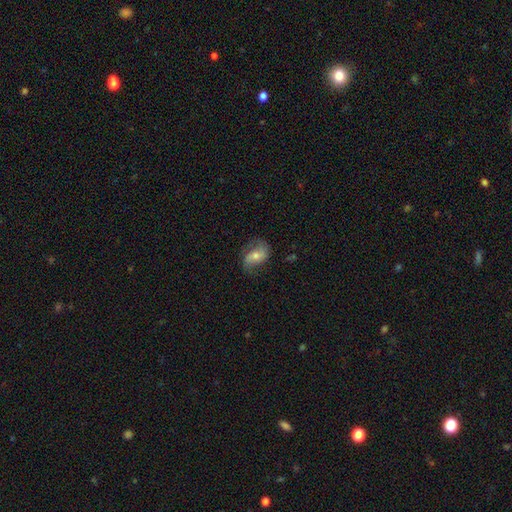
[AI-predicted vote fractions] smooth-or-featured: featured or disk: 65% | smooth: 26% | star or artifact: 9%
  disk-edge-on: no: 96% | yes: 4%
    bar: no: 57% | weak: 31% | strong: 11%
    has-spiral-arms: yes: 89% | no: 11%
      spiral-winding: loose: 45% | medium: 39% | tight: 17%
      spiral-arm-count: 2: 83% | can't tell: 8% | 1: 5% | 3: 2% | 4: 1% | more than 4: 1%
    bulge-size: moderate: 54% | small: 39% | large: 4% | none: 2% | dominant: 1%
  merging: none: 66% | minor disturbance: 21% | major disturbance: 11% | merger: 1%